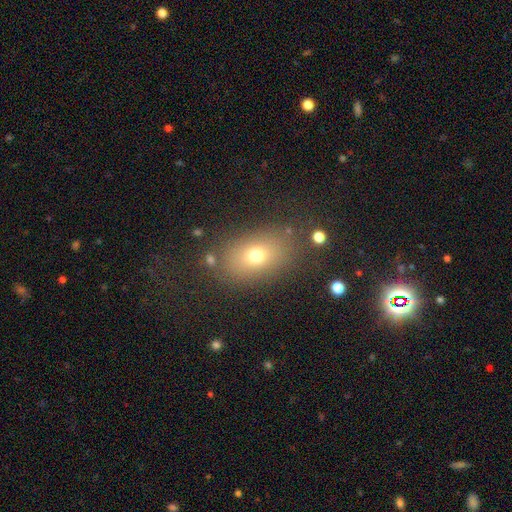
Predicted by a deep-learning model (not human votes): A smooth galaxy with no disk features (71%) that is in between round and cigar-shaped (77%). Merging: none (80%).